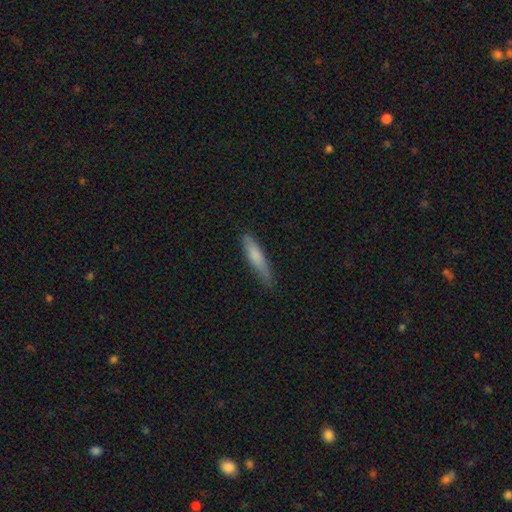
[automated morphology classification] The model was most divided on "smooth or featured": smooth: 73%, featured or disk: 21%, star or artifact: 6%. More confident: how rounded — cigar-shaped (87%); merging — none (78%).